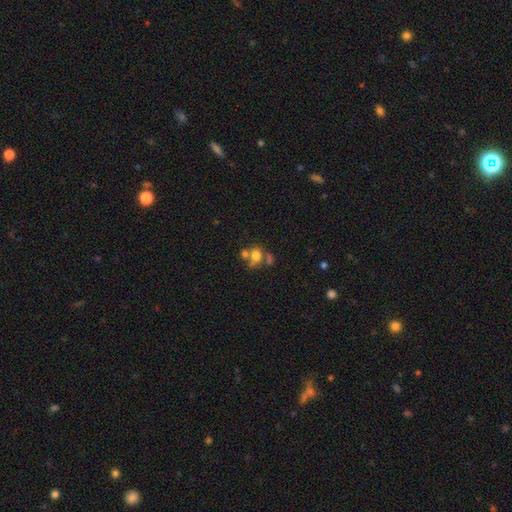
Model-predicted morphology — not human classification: smooth-or-featured: smooth: 67% | featured or disk: 20% | star or artifact: 13%
  how-rounded: round: 55% | in between: 44% | cigar-shaped: 1%
  merging: merger: 41% | none: 39% | minor disturbance: 12% | major disturbance: 8%